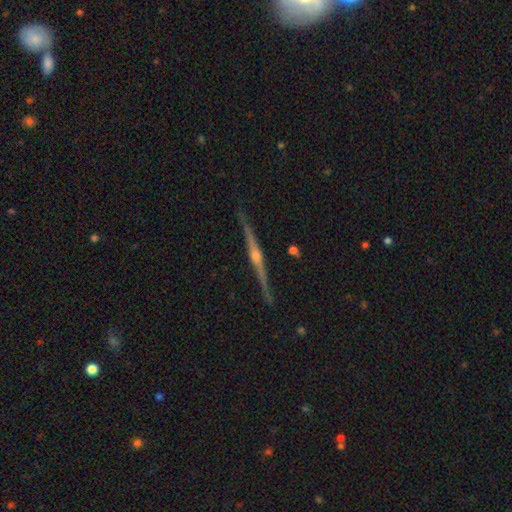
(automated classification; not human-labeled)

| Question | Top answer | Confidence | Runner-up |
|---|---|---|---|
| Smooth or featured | featured or disk | 89% | smooth (6%) |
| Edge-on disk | yes | 99% | no (1%) |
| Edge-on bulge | rounded | 90% | boxy (5%) |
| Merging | none | 91% | minor disturbance (6%) |